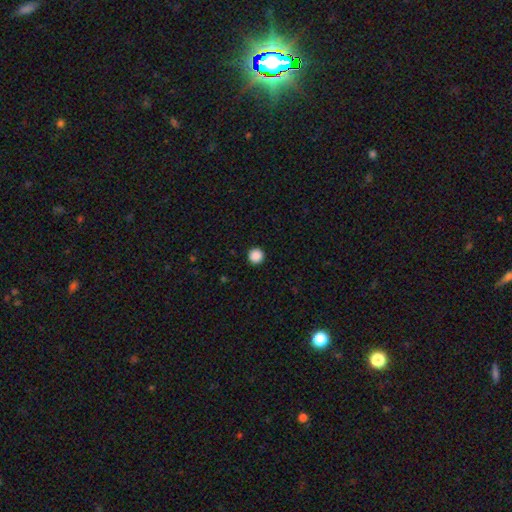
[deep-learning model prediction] Q: Smooth or featured?
A: smooth (88%); runner-up: star or artifact (10%)
Q: How rounded?
A: round (96%); runner-up: in between (3%)
Q: Merging?
A: none (94%); runner-up: minor disturbance (4%)